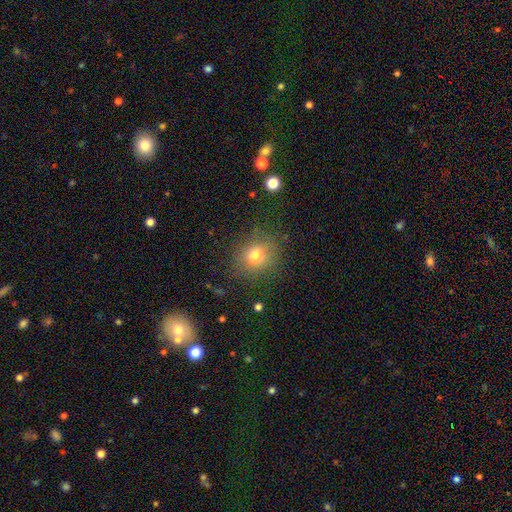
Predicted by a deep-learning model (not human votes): A smooth galaxy with no disk features (74%) that is round (78%). Merging: none (82%).